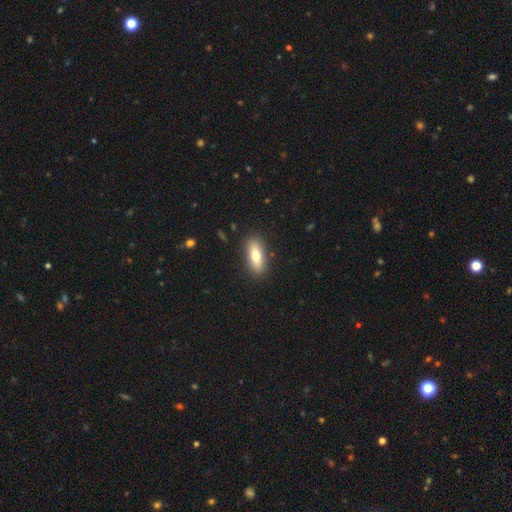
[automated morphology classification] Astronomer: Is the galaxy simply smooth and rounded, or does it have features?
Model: smooth — 74%.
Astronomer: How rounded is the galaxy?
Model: in between — 70%.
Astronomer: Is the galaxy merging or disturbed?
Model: none — 88%.